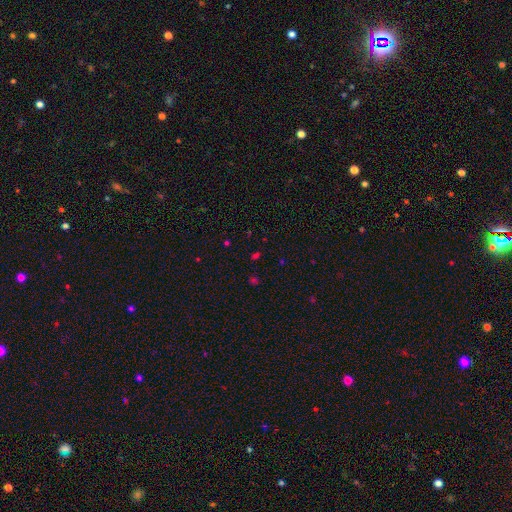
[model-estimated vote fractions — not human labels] smooth-or-featured: star or artifact: 49% | smooth: 45% | featured or disk: 6%